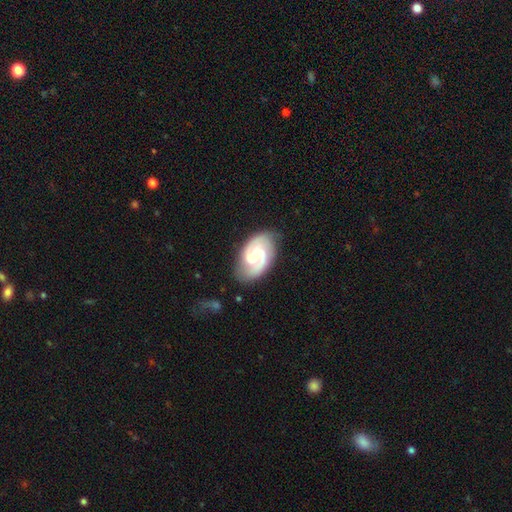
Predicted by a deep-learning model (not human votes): Smooth or featured? Predicted: featured or disk (p=0.85). Edge-on disk? Predicted: no (p=0.98). Bar? Predicted: weak (p=0.57). Spiral arms? Predicted: yes (p=0.97). Spiral winding? Predicted: medium (p=0.51). Spiral arm count? Predicted: 2 (p=0.86). Bulge size? Predicted: moderate (p=0.49). Merging? Predicted: none (p=0.77).